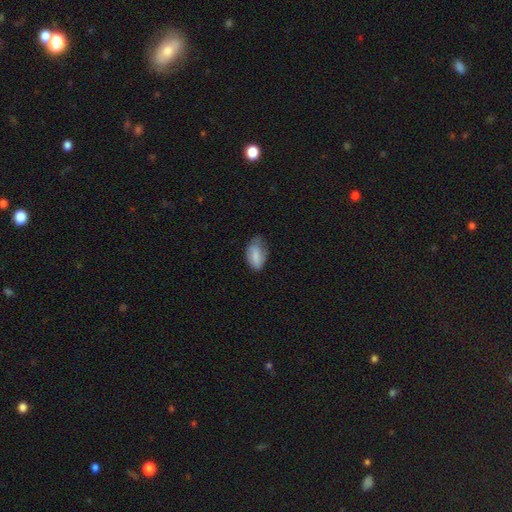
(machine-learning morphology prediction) type=smooth (80%); roundness=in between (91%); merging=none (49%).